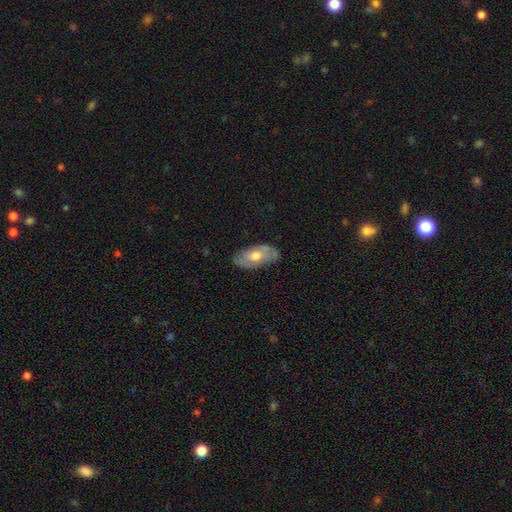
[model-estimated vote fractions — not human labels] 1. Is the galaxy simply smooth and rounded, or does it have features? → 49% smooth, 45% featured or disk, 6% star or artifact.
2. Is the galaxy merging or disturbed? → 75% none, 20% minor disturbance, 4% major disturbance, 1% merger.